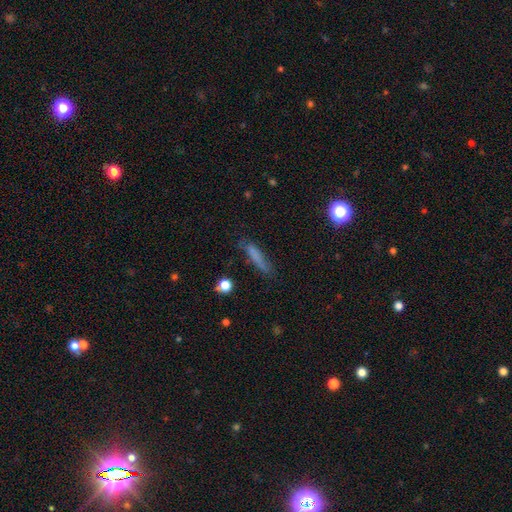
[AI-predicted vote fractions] Q: Smooth or featured?
A: smooth (69%); runner-up: featured or disk (19%)
Q: How rounded?
A: cigar-shaped (83%); runner-up: in between (14%)
Q: Merging?
A: none (67%); runner-up: minor disturbance (23%)